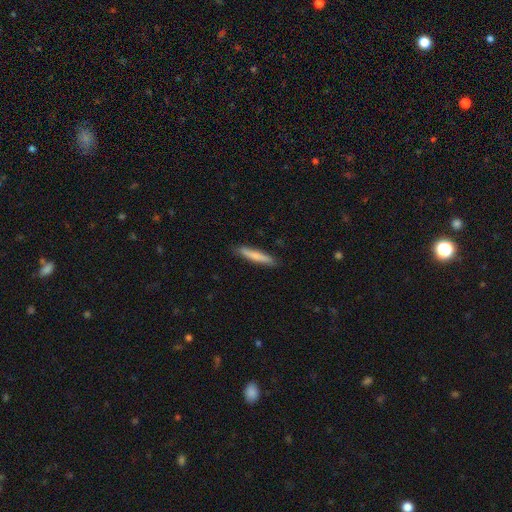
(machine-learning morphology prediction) Smooth or featured? Predicted: smooth (p=0.74). How rounded? Predicted: cigar-shaped (p=0.92). Merging? Predicted: none (p=0.86).